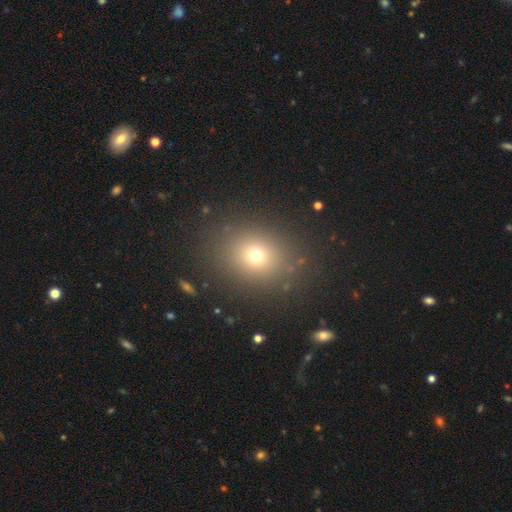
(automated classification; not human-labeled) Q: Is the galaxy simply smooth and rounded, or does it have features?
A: smooth — 69%.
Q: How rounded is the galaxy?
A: round — 61%.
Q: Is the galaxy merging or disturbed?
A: none — 85%.